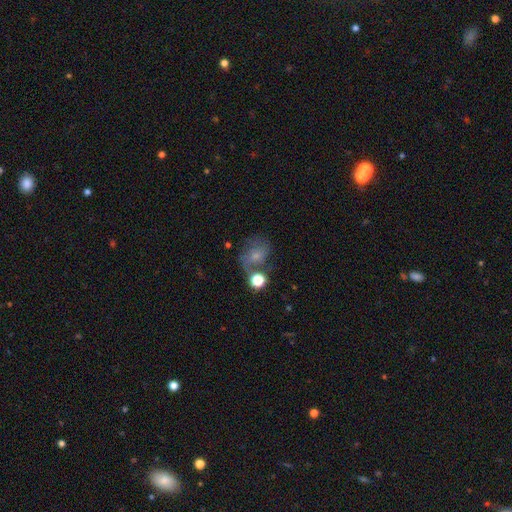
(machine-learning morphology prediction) This is possibly a smooth galaxy (50%). Merging: marginally none (43%).